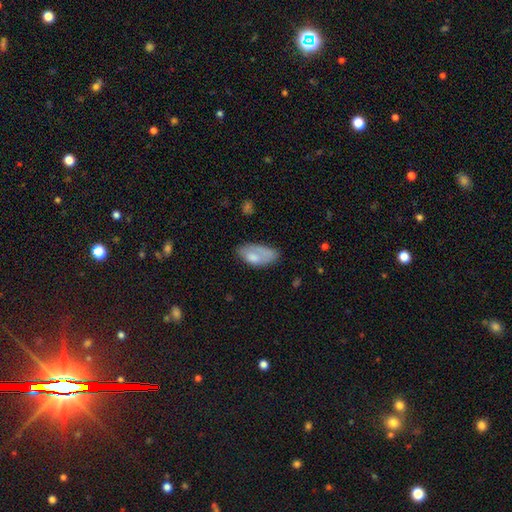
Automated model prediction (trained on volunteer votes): Q: Smooth or featured?
A: smooth (68%); runner-up: featured or disk (25%)
Q: How rounded?
A: in between (91%); runner-up: cigar-shaped (6%)
Q: Merging?
A: none (43%); runner-up: minor disturbance (31%)